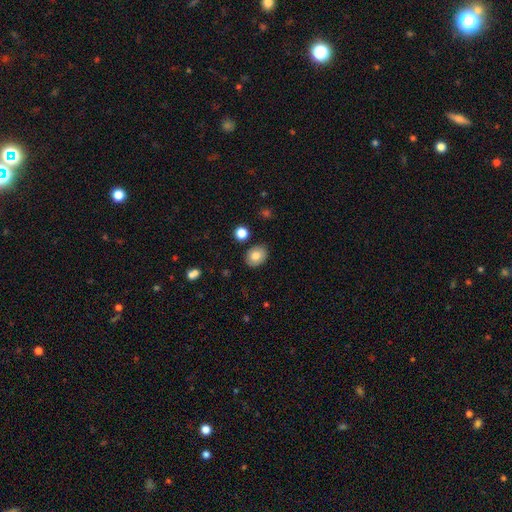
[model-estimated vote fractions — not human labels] A smooth galaxy with no disk features (79%) that is in between round and cigar-shaped (59%). Merging: none (85%).